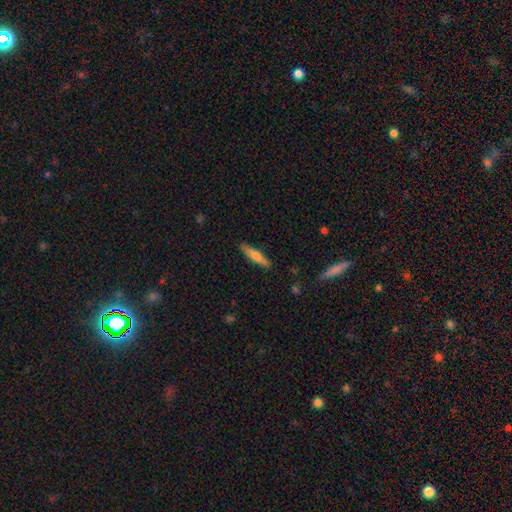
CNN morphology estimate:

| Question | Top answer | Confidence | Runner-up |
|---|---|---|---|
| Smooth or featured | smooth | 61% | featured or disk (33%) |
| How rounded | cigar-shaped | 84% | in between (14%) |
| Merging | none | 89% | minor disturbance (8%) |